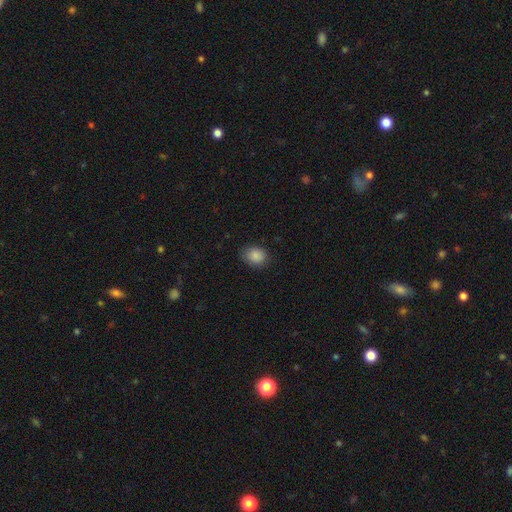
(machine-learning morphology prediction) Smooth or featured? Predicted: smooth (p=0.87). How rounded? Predicted: round (p=0.51). Merging? Predicted: none (p=0.81).